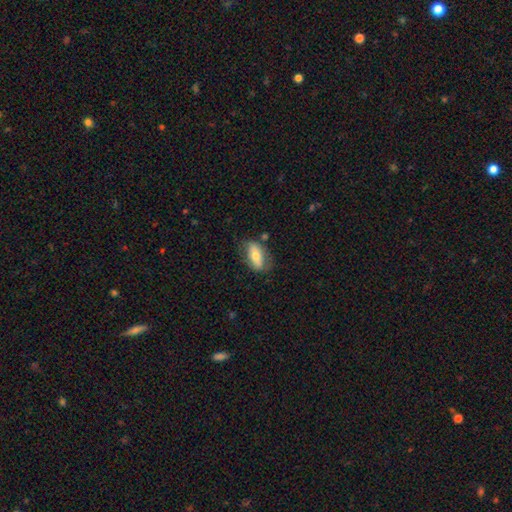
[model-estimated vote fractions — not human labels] smooth_or_featured: smooth (p=0.62) [alt: featured or disk p=0.32]
how_rounded: in between (p=0.85) [alt: cigar-shaped p=0.11]
merging: none (p=0.70) [alt: minor disturbance p=0.20]